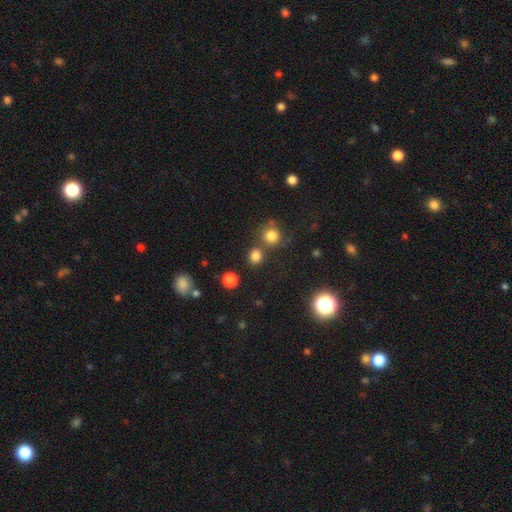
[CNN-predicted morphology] Smooth or featured?
  - smooth: 79% *
  - star or artifact: 16%
  - featured or disk: 5%
How rounded?
  - round: 84% *
  - in between: 15%
  - cigar-shaped: 1%
Merging?
  - none: 72% *
  - merger: 17%
  - minor disturbance: 8%
  - major disturbance: 3%